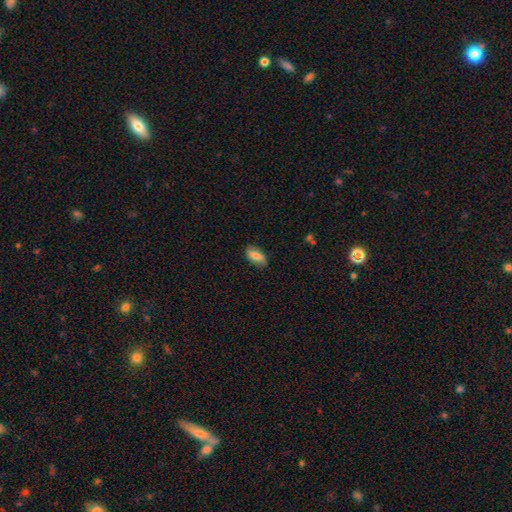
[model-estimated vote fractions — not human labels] Smooth or featured?
  - smooth: 75% *
  - featured or disk: 18%
  - star or artifact: 7%
How rounded?
  - in between: 87% *
  - cigar-shaped: 9%
  - round: 4%
Merging?
  - none: 79% *
  - minor disturbance: 17%
  - major disturbance: 3%
  - merger: 1%